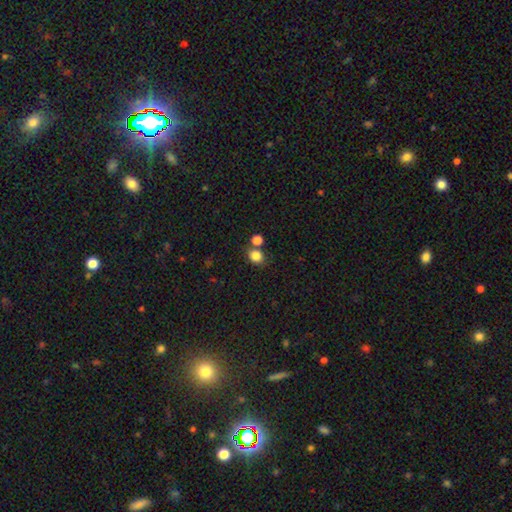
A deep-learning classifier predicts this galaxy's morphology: Smooth or featured? smooth (83%)
How rounded? round (65%)
Merging? none (64%)